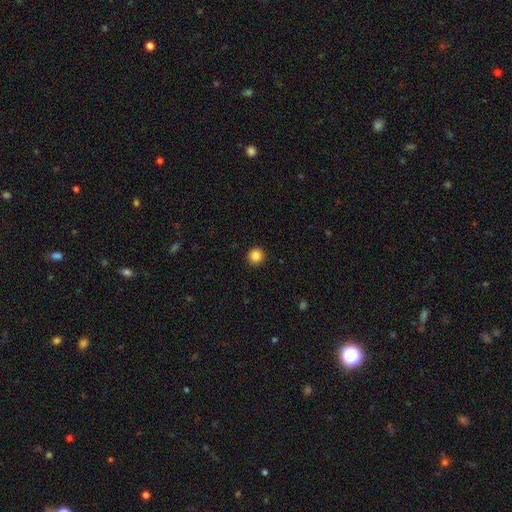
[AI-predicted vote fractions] smooth_or_featured: smooth (p=0.86) [alt: star or artifact p=0.10]
how_rounded: round (p=0.94) [alt: in between p=0.05]
merging: none (p=0.93) [alt: minor disturbance p=0.05]